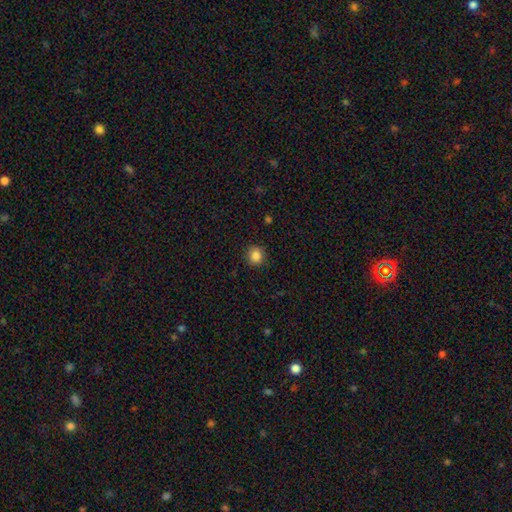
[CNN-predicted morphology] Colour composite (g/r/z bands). It shows a smooth galaxy with no disk features (85%) that is round (88%). Merging: none (89%).